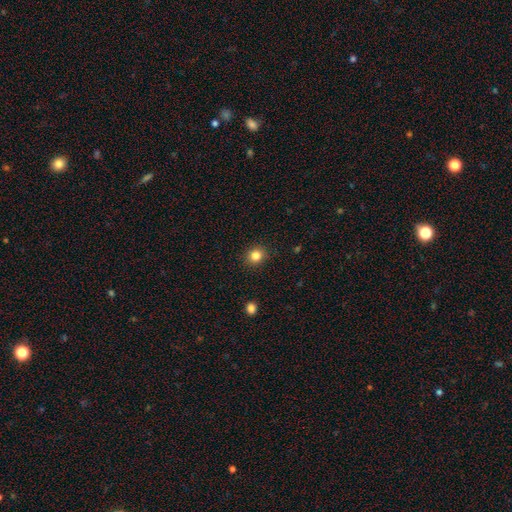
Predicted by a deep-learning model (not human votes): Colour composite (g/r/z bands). It shows a smooth galaxy with no disk features (83%) that is round (81%). Merging: none (91%).